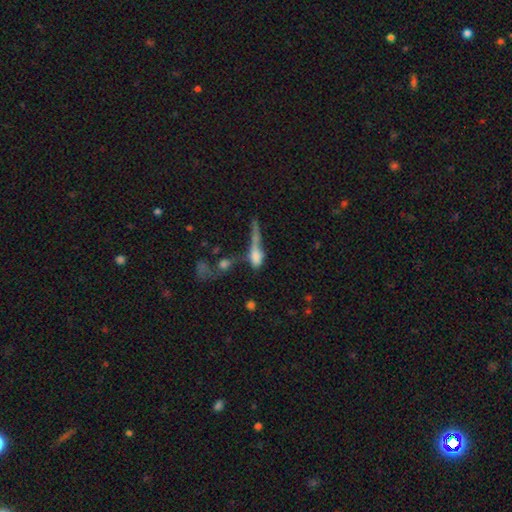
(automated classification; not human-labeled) Morphology: type=smooth (58%); roundness=in between (55%); merging=merger (39%).